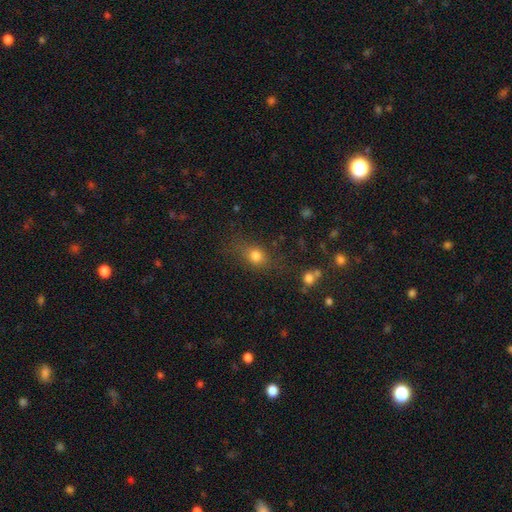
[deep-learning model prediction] smooth-or-featured: smooth: 74% | star or artifact: 15% | featured or disk: 11%
  how-rounded: in between: 47% (tied) | round: 47% (tied) | cigar-shaped: 6%
  merging: none: 68% | minor disturbance: 18% | major disturbance: 10% | merger: 4%